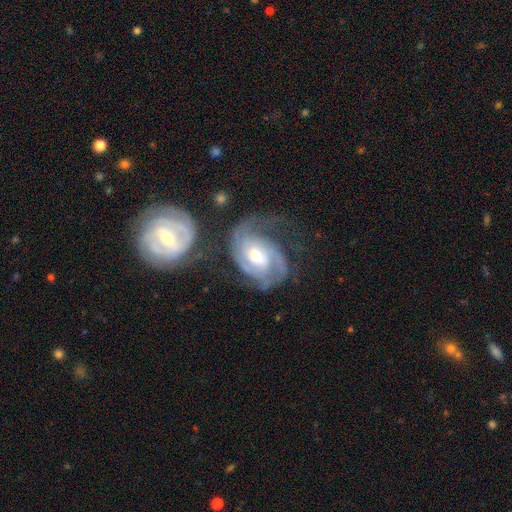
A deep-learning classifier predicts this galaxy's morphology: Smooth or featured? Predicted: featured or disk (p=0.88). Edge-on disk? Predicted: no (p=0.97). Bar? Predicted: no (p=0.48). Spiral arms? Predicted: yes (p=0.97). Spiral winding? Predicted: tight (p=0.48). Spiral arm count? Predicted: 2 (p=0.50). Bulge size? Predicted: moderate (p=0.65). Merging? Predicted: none (p=0.44).